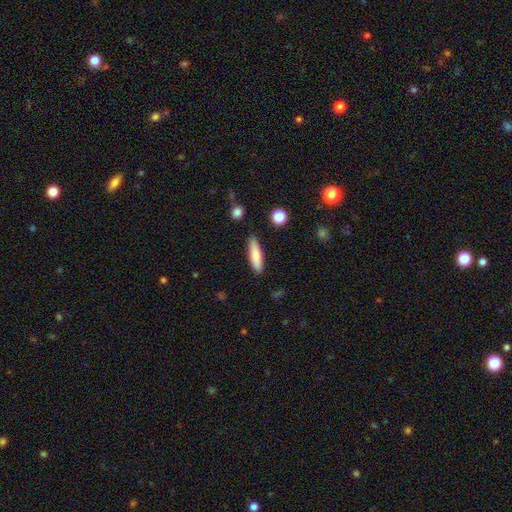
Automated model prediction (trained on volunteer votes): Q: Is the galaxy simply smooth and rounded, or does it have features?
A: smooth — 80%.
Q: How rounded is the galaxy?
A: cigar-shaped — 74%.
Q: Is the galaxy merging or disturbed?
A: none — 85%.